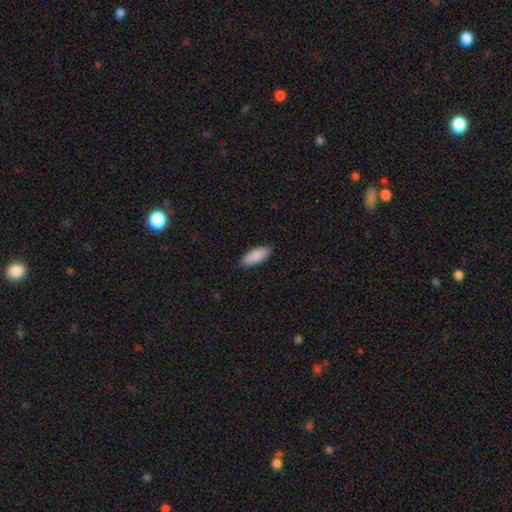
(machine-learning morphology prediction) Q: Smooth or featured?
A: smooth (90%); runner-up: star or artifact (5%)
Q: How rounded?
A: in between (81%); runner-up: cigar-shaped (18%)
Q: Merging?
A: none (89%); runner-up: minor disturbance (8%)